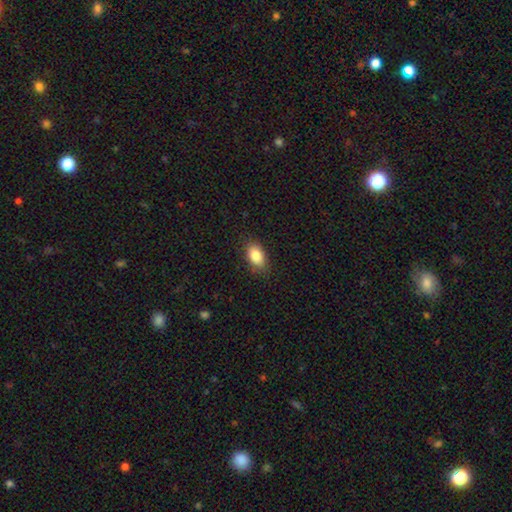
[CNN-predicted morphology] A smooth galaxy with no disk features (86%) that is in between round and cigar-shaped (88%). Merging: none (84%).